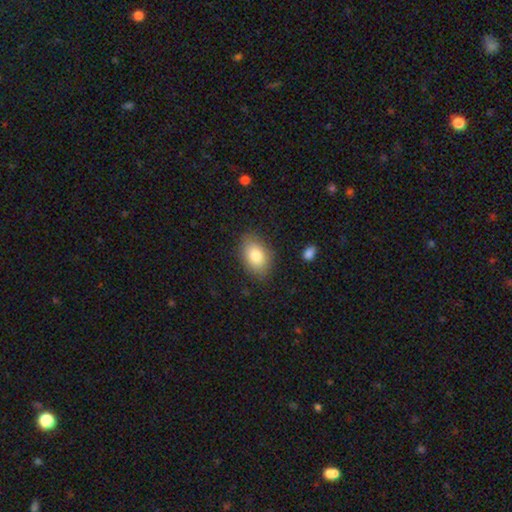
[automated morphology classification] smooth-or-featured: smooth: 82% | featured or disk: 10% | star or artifact: 8%
  how-rounded: in between: 86% | round: 12% | cigar-shaped: 1%
  merging: none: 83% | minor disturbance: 12% | major disturbance: 3% | merger: 1%